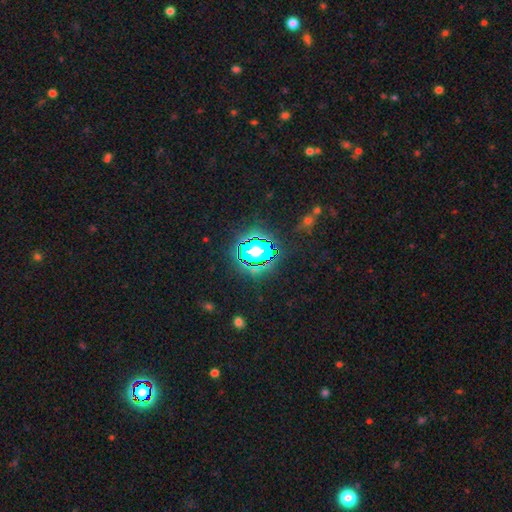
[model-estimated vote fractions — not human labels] star or artifact 77%, smooth 14%, featured or disk 9%.